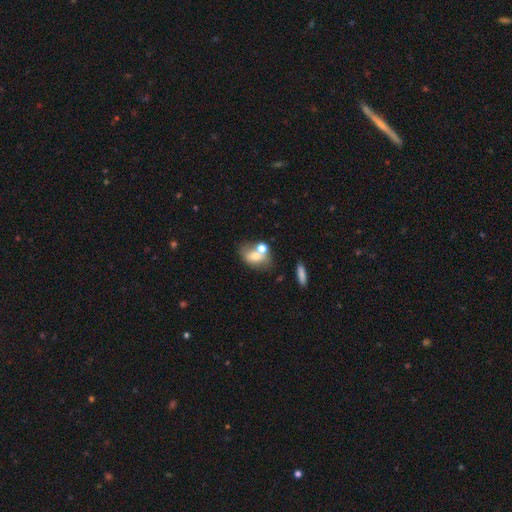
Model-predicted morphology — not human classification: smooth 63%, featured or disk 27%, star or artifact 10%. Down the decision tree: how rounded — in between (71%); merging — merger (41%).